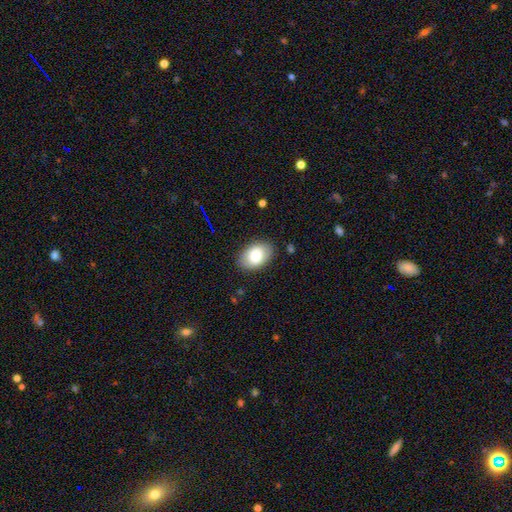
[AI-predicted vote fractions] This is likely a smooth galaxy (78%). How rounded: clearly in between (87%). Merging: clearly none (85%).